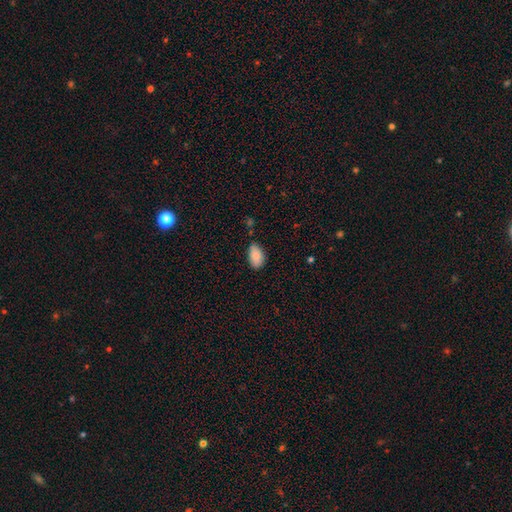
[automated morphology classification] smooth-or-featured: smooth: 86% | star or artifact: 7% | featured or disk: 7%
  how-rounded: in between: 93% | round: 5% | cigar-shaped: 2%
  merging: none: 71% | minor disturbance: 24% | major disturbance: 3% | merger: 2%